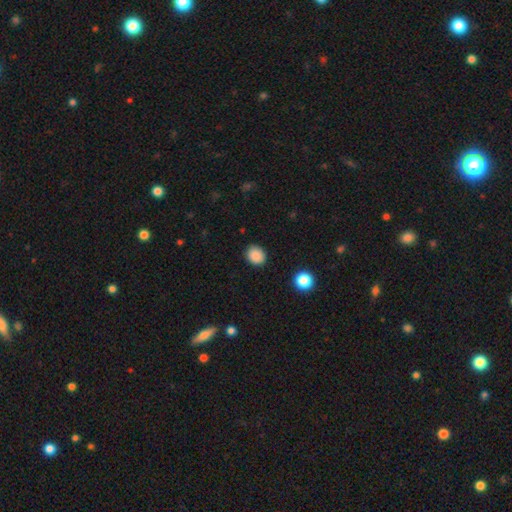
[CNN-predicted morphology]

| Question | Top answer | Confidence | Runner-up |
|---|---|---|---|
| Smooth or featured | smooth | 87% | star or artifact (10%) |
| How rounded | round | 68% | in between (31%) |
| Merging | none | 88% | minor disturbance (8%) |